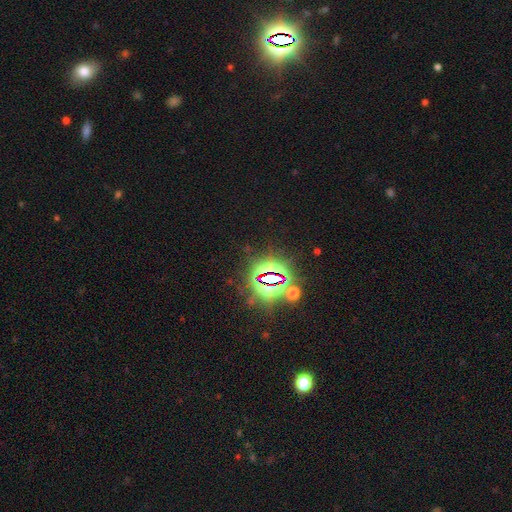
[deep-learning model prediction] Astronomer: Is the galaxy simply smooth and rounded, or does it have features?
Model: star or artifact — 81%.